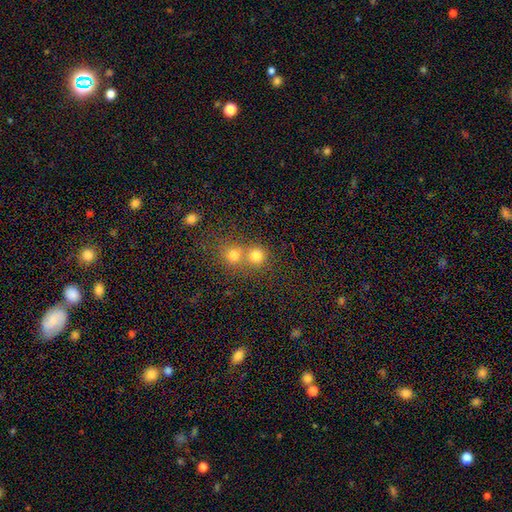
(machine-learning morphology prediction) Smooth or featured? smooth (77%)
How rounded? round (88%)
Merging? merger (47%)